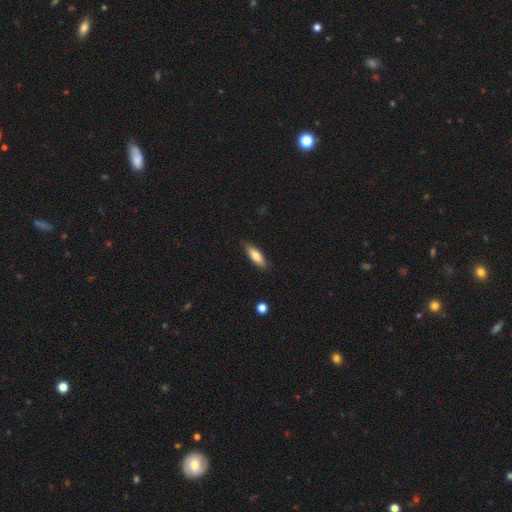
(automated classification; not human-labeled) The model was most divided on "how rounded" (2-way tie): in between: 49%, cigar-shaped: 49%, round: 2%. More confident: merging — none (85%); smooth or featured — smooth (77%).